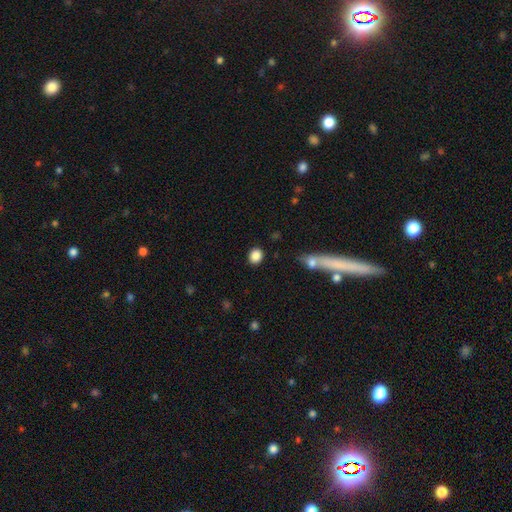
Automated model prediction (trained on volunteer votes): A smooth galaxy with no disk features (87%) that is round (69%). Merging: none (88%).